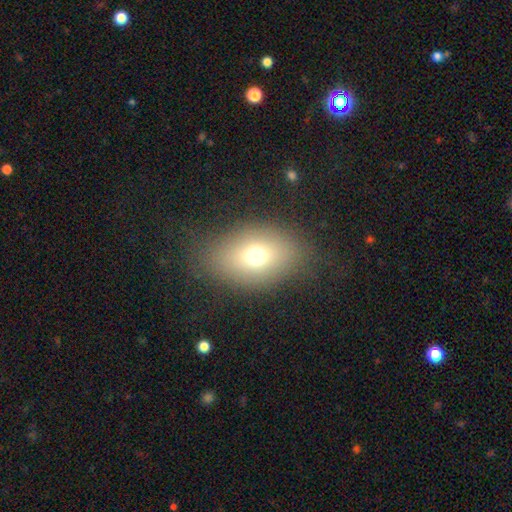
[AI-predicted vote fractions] This is likely a smooth galaxy (68%). How rounded: likely in between (77%). Merging: likely none (76%).